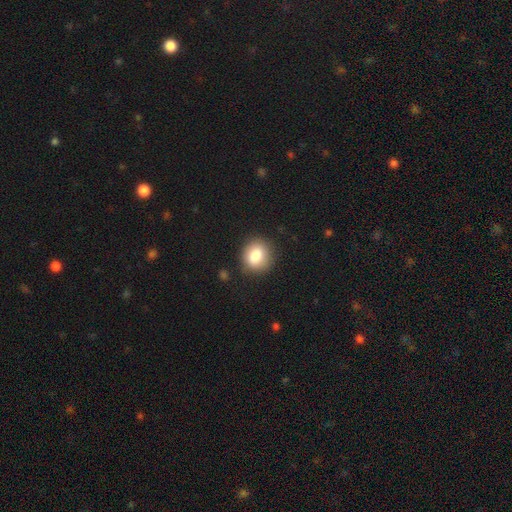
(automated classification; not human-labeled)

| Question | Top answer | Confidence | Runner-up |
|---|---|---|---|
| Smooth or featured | smooth | 84% | star or artifact (9%) |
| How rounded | round | 72% | in between (27%) |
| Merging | none | 85% | minor disturbance (10%) |